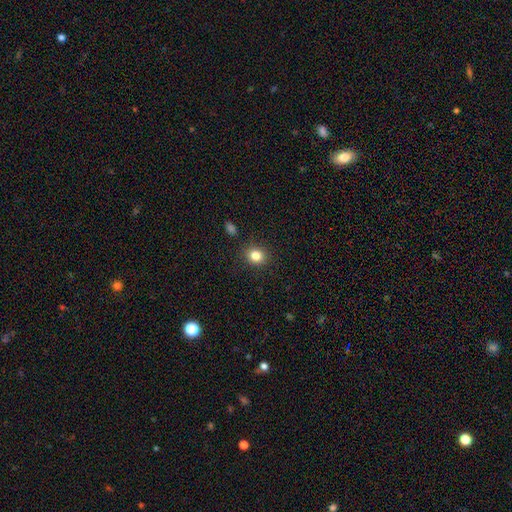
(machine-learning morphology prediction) A smooth galaxy with no disk features (83%) that is round (75%).

Vote fractions:
- Smooth or featured? smooth: 83% / star or artifact: 12% / featured or disk: 6%
- How rounded? round: 75% / in between: 24% / cigar-shaped: 1%
- Merging? none: 88% / minor disturbance: 8% / major disturbance: 2% / merger: 2%